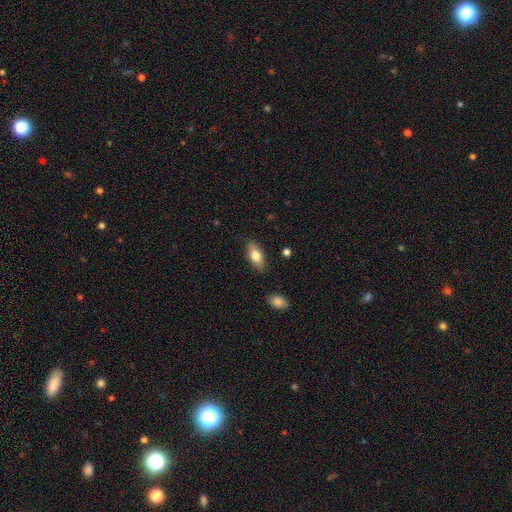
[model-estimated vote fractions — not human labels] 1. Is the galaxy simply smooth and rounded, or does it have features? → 78% smooth, 15% featured or disk, 7% star or artifact.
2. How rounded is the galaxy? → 87% in between, 10% cigar-shaped, 3% round.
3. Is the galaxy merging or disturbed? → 85% none, 11% minor disturbance, 2% major disturbance, 2% merger.